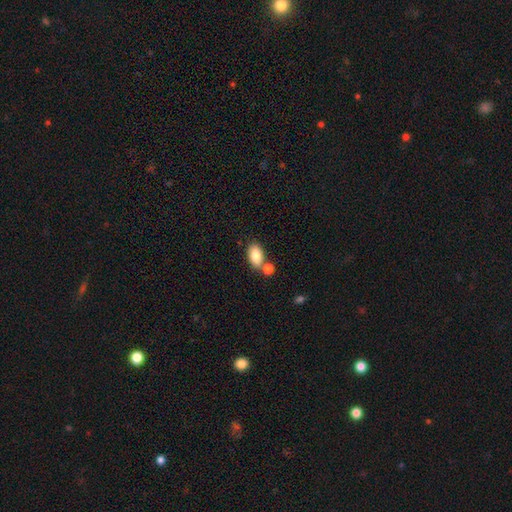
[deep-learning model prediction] smooth 85%, featured or disk 8%, star or artifact 7%. Down the decision tree: how rounded — in between (92%); merging — none (64%).